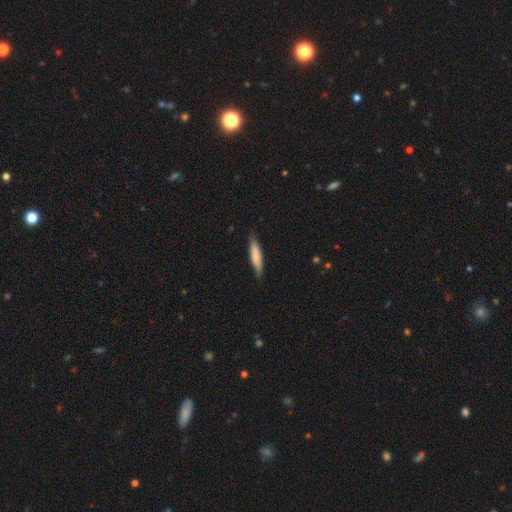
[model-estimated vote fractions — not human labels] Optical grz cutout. It shows a smooth galaxy with no disk features (77%) that is cigar-shaped (82%). Merging: none (81%).